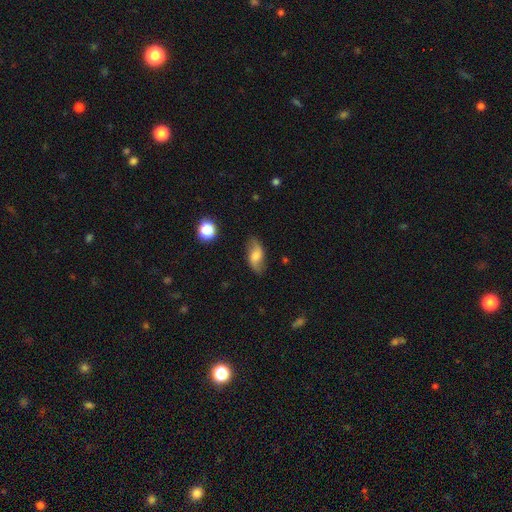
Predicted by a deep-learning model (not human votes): A featured or disk galaxy (47%).

Vote fractions:
- Smooth or featured? featured or disk: 47% / smooth: 44% / star or artifact: 9%
- Merging? none: 79% / minor disturbance: 16% / major disturbance: 4% / merger: 2%